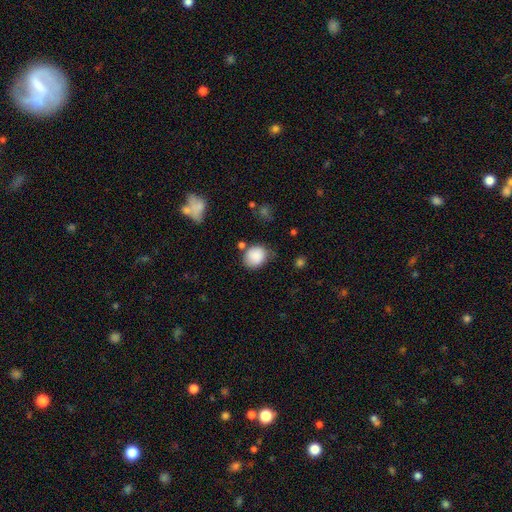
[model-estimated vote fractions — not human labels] The model was most divided on "how rounded": round: 61%, in between: 38%, cigar-shaped: 1%. More confident: smooth or featured — smooth (86%); merging — none (63%).